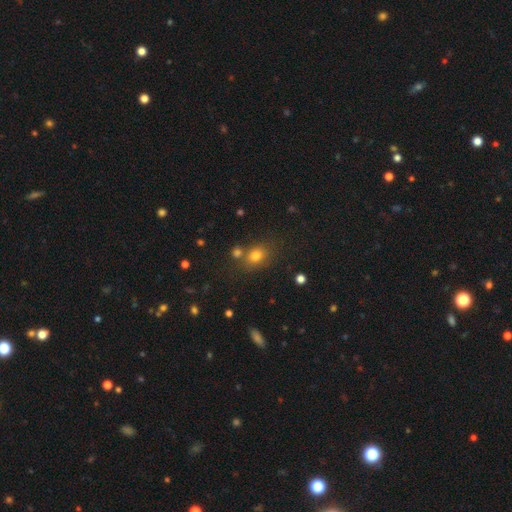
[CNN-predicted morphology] Q: Smooth or featured?
A: smooth (77%); runner-up: star or artifact (15%)
Q: How rounded?
A: in between (51%); runner-up: round (48%)
Q: Merging?
A: none (65%); runner-up: merger (17%)